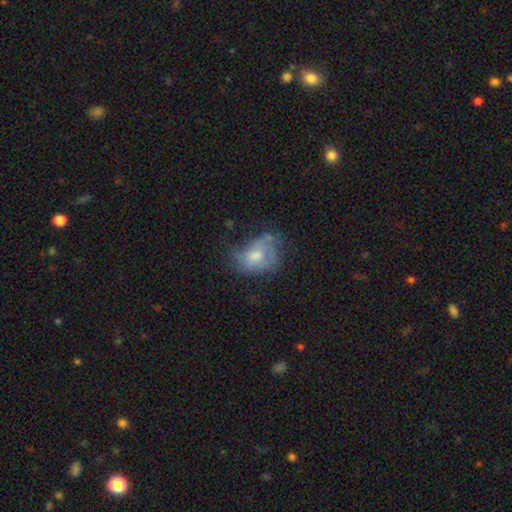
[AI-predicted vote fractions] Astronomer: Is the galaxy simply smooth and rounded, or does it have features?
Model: smooth — 45% (runner-up: featured or disk, 44%).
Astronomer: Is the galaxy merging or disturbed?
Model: none — 41% (runner-up: minor disturbance, 29%).